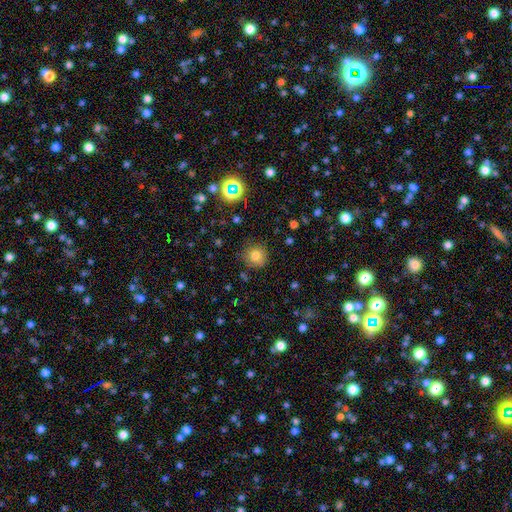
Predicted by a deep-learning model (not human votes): The model was most divided on "smooth or featured": smooth: 77%, star or artifact: 15%, featured or disk: 8%. More confident: how rounded — round (92%); merging — none (85%).